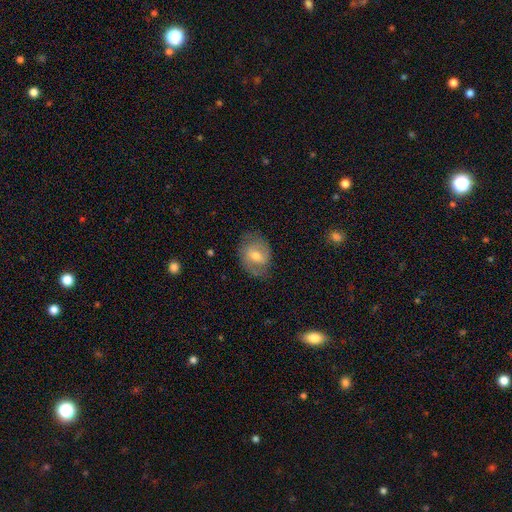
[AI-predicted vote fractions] Smooth or featured?
  - featured or disk: 48% *
  - smooth: 45%
  - star or artifact: 7%
Merging?
  - none: 70% *
  - minor disturbance: 21%
  - major disturbance: 8%
  - merger: 1%